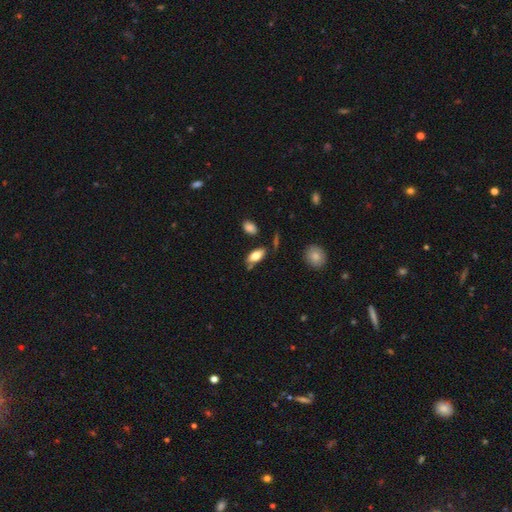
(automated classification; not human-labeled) smooth_or_featured: smooth (p=0.74) [alt: featured or disk p=0.19]
how_rounded: in between (p=0.87) [alt: cigar-shaped p=0.10]
merging: none (p=0.75) [alt: minor disturbance p=0.15]